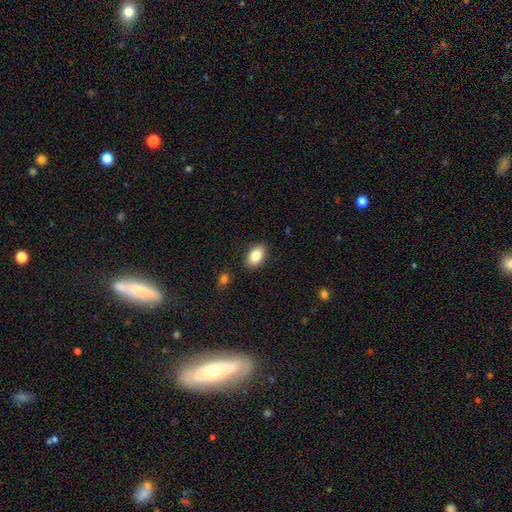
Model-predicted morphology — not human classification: type=smooth (86%); roundness=in between (90%); merging=none (87%).